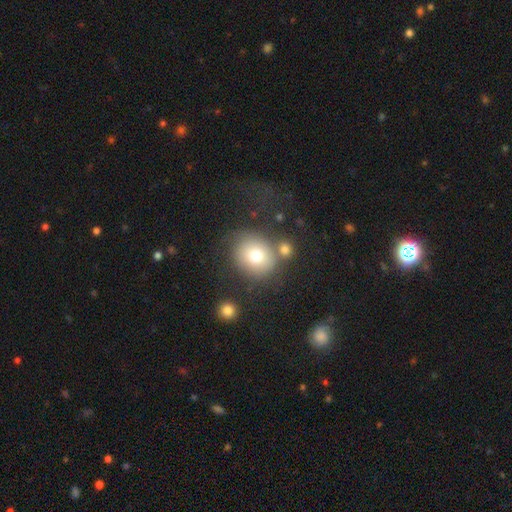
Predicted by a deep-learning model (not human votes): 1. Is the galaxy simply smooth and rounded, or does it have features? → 75% smooth, 14% featured or disk, 11% star or artifact.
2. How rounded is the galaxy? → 76% round, 23% in between, 1% cigar-shaped.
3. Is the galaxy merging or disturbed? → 61% none, 15% merger, 15% minor disturbance, 9% major disturbance.